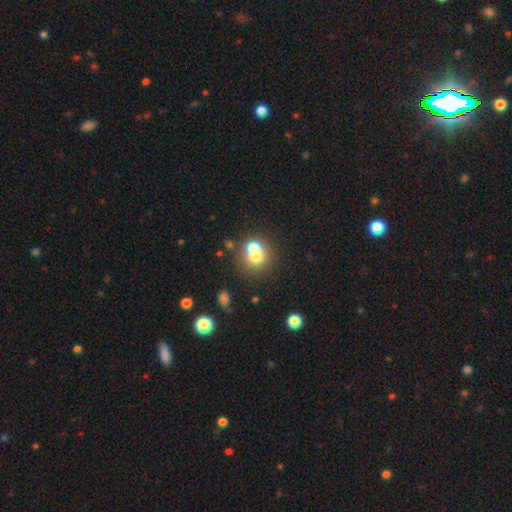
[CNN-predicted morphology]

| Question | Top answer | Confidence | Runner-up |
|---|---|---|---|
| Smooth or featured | smooth | 65% | featured or disk (20%) |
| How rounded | round | 84% | in between (15%) |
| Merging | merger | 48% | none (41%) |